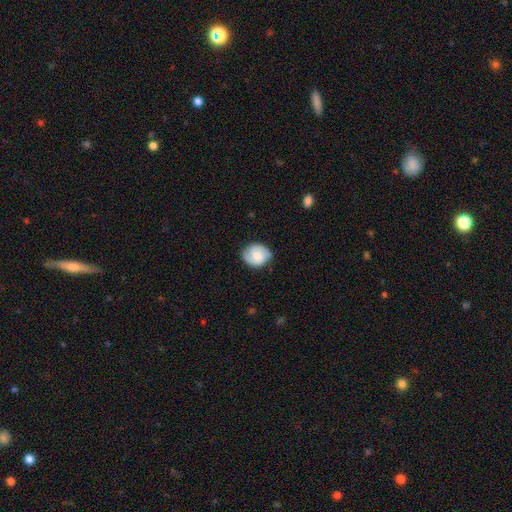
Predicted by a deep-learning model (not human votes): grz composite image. It shows a smooth galaxy with no disk features (50%) that is round (65%). Merging: none (77%).